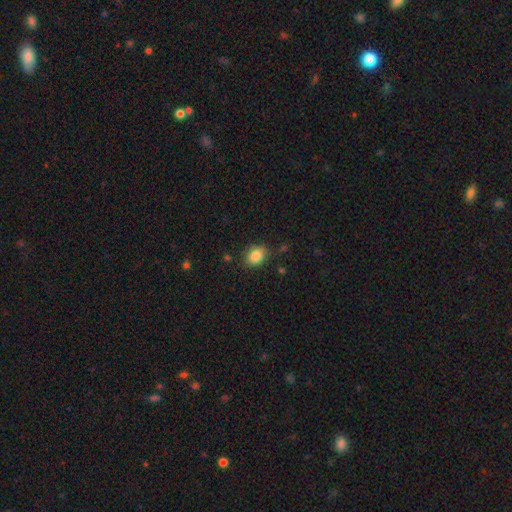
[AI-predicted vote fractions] Morphology: type=smooth (85%); roundness=in between (51%); merging=none (79%).